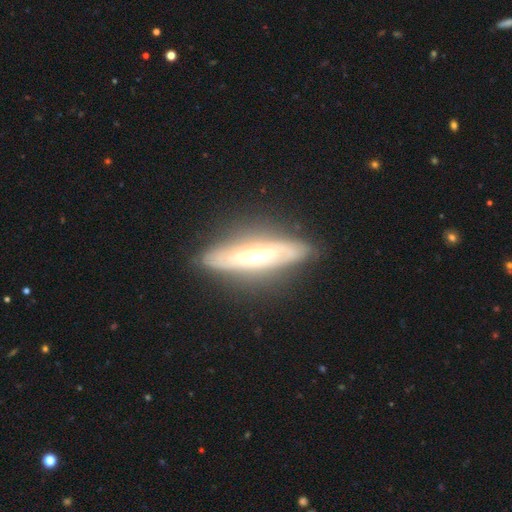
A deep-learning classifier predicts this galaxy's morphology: This is likely a featured or disk galaxy (73%). It is likely viewed edge-on (62%). Merging: likely none (78%).